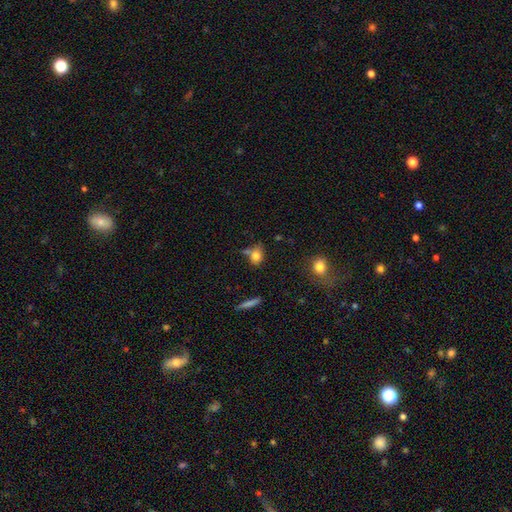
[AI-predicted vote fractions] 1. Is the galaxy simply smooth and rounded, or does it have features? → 78% smooth, 11% featured or disk, 11% star or artifact.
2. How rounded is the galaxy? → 58% in between, 38% round, 4% cigar-shaped.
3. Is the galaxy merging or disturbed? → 49% none, 23% merger, 20% minor disturbance, 8% major disturbance.